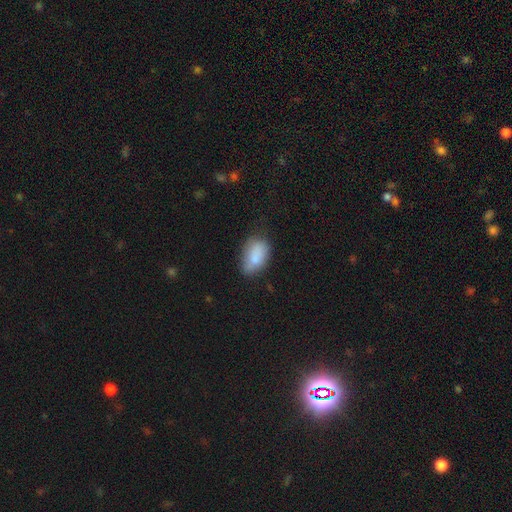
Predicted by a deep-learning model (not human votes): Smooth or featured: smooth — 82% (featured or disk — 10%)
How rounded: in between — 90% (round — 8%)
Merging: none — 59% (minor disturbance — 29%)